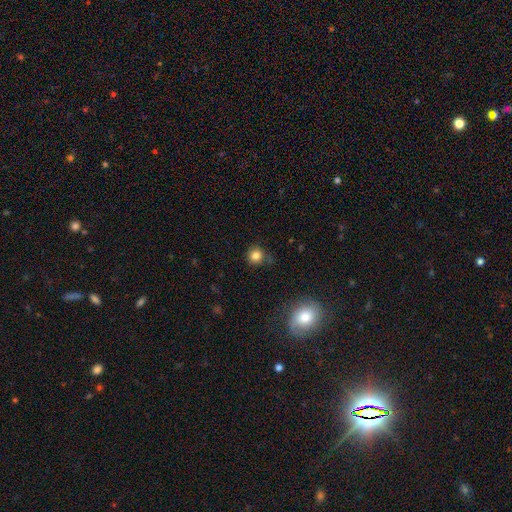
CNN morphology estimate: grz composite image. It shows a smooth galaxy with no disk features (82%) that is round (90%). Merging: none (76%).